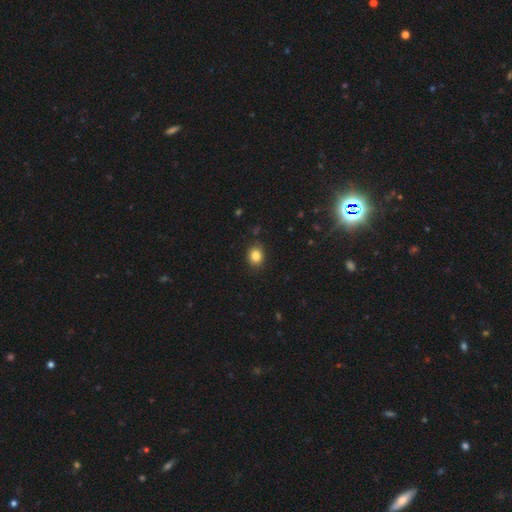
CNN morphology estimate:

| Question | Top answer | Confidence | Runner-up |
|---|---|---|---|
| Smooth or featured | smooth | 85% | star or artifact (11%) |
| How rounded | round | 58% | in between (41%) |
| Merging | none | 86% | minor disturbance (10%) |